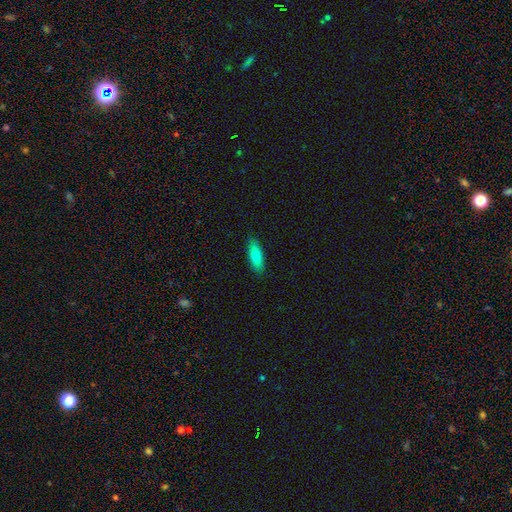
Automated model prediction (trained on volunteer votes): Smooth or featured: smooth — 79% (featured or disk — 15%)
How rounded: in between — 51% (cigar-shaped — 47%)
Merging: none — 89% (minor disturbance — 9%)